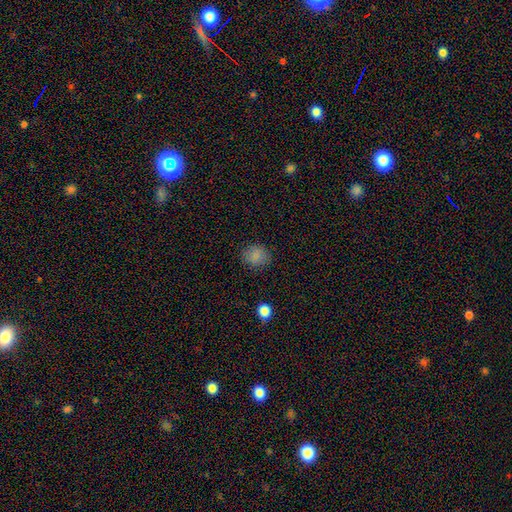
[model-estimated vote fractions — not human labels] Smooth or featured?
  - smooth: 83% *
  - star or artifact: 12%
  - featured or disk: 5%
How rounded?
  - round: 74% *
  - in between: 25%
  - cigar-shaped: 1%
Merging?
  - none: 84% *
  - minor disturbance: 11%
  - major disturbance: 3%
  - merger: 1%